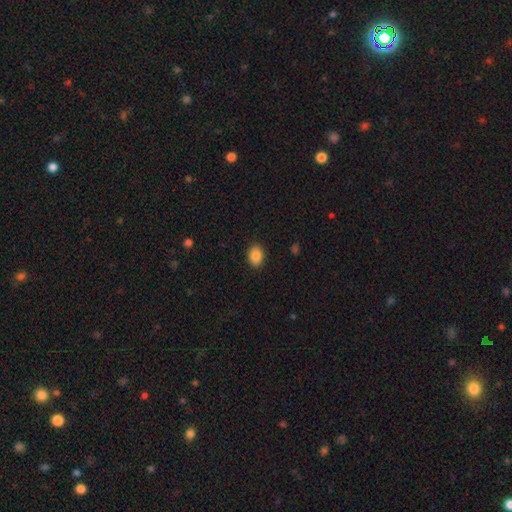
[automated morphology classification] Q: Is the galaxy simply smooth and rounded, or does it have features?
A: smooth — 87%.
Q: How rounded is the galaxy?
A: in between — 64%.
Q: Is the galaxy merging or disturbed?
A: none — 90%.